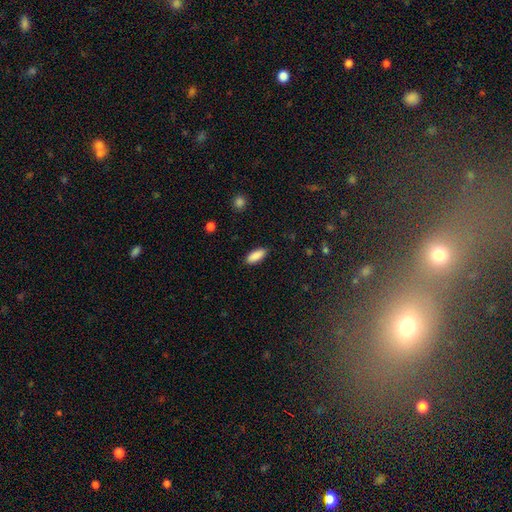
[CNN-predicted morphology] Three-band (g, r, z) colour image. It shows a smooth galaxy with no disk features (89%) that is in between round and cigar-shaped (79%). Merging: none (88%).